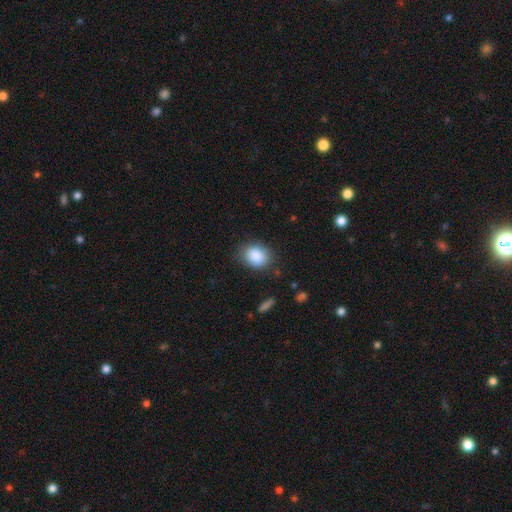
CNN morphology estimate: type=smooth (86%); roundness=in between (58%); merging=none (77%).